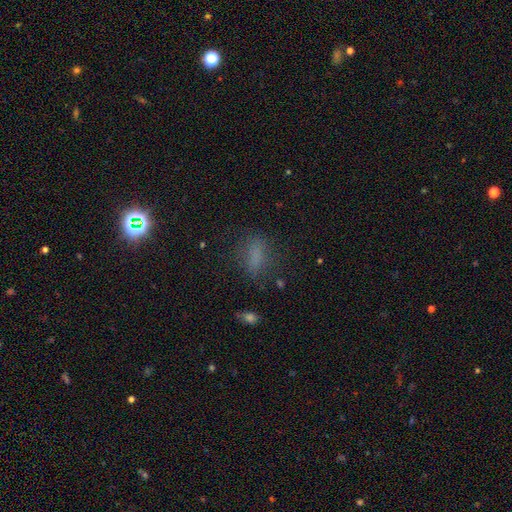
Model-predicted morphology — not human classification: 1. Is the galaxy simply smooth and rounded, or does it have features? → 69% smooth, 20% star or artifact, 10% featured or disk.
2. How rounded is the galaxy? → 69% in between, 20% cigar-shaped, 11% round.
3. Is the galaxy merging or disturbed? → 73% none, 16% minor disturbance, 9% major disturbance, 2% merger.